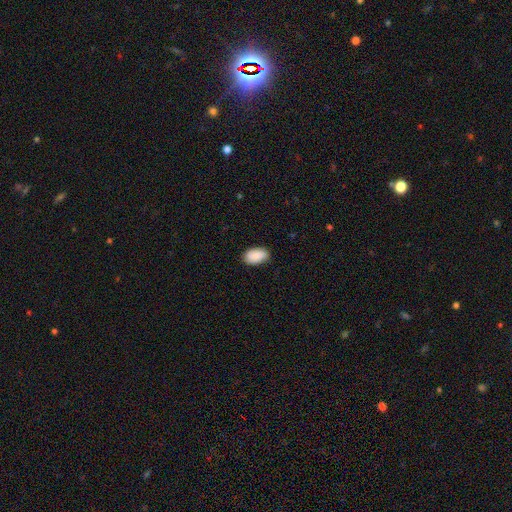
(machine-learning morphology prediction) smooth 90%, star or artifact 6%, featured or disk 4%. Down the decision tree: how rounded — in between (94%); merging — none (84%).